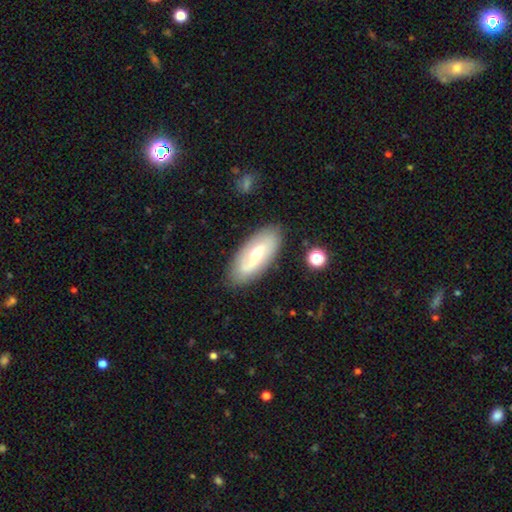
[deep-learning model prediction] The model was most divided on "bar": weak: 43%, no: 29%, strong: 27%. More confident: edge-on disk — no (88%); merging — none (86%); spiral arms — yes (72%); smooth or featured — featured or disk (66%); bulge size — moderate (65%).